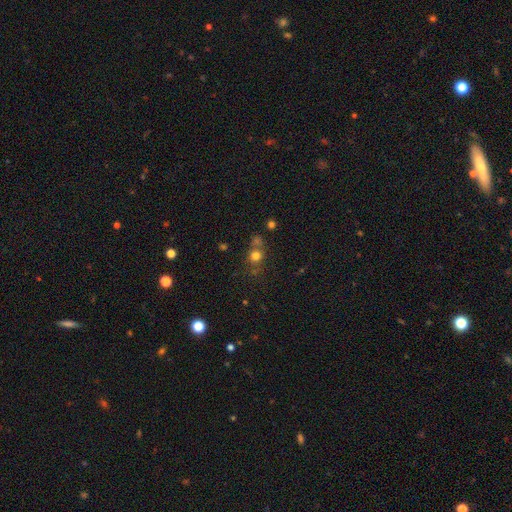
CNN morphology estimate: smooth_or_featured: smooth (p=0.71) [alt: star or artifact p=0.19]
how_rounded: round (p=0.84) [alt: in between p=0.15]
merging: none (p=0.59) [alt: merger p=0.23]